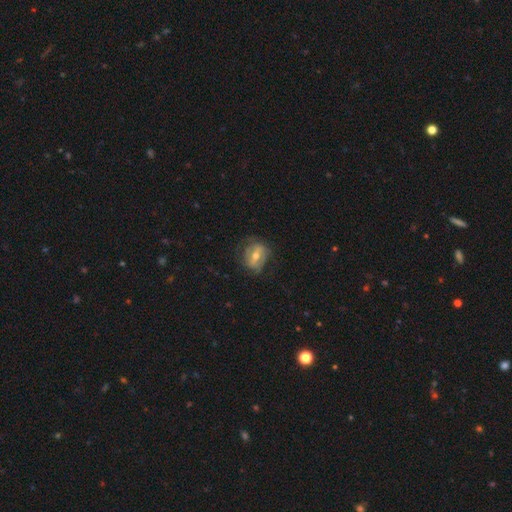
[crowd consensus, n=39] smooth-or-featured: featured or disk: 72% | smooth: 26% | star or artifact: 3%
  disk-edge-on: no: 93% | yes: 7%
    bar: strong: 58% | weak: 31% | no: 12%
    has-spiral-arms: no: 69% | yes: 31%
    bulge-size: moderate: 69% | large: 15% | small: 12% | dominant: 4% | none: 0%
  merging: none: 61% | minor disturbance: 21% | major disturbance: 16% | merger: 3%